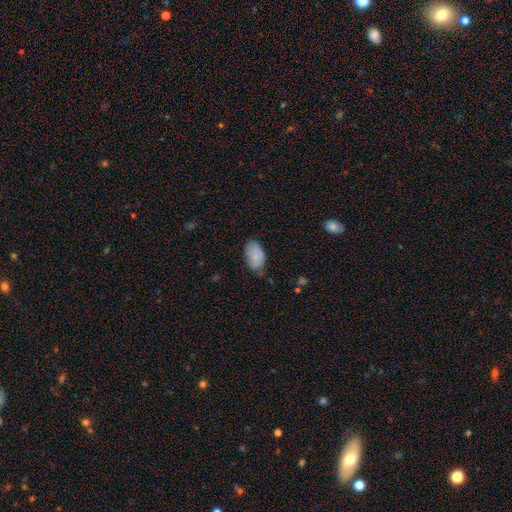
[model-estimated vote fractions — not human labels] This is clearly a smooth galaxy (82%). How rounded: clearly in between (94%). Merging: likely none (63%).